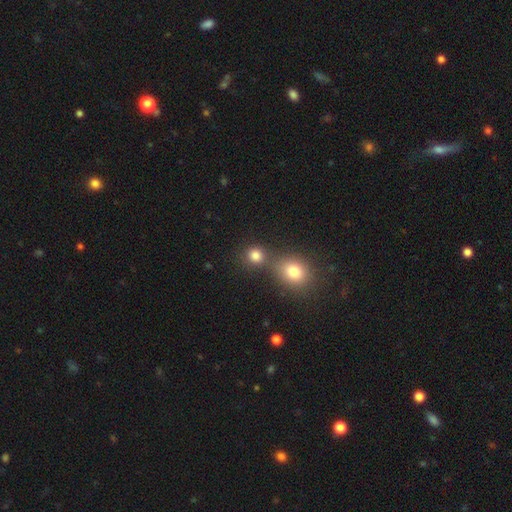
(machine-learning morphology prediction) Smooth or featured?
  - smooth: 81% *
  - star or artifact: 13%
  - featured or disk: 6%
How rounded?
  - round: 84% *
  - in between: 15%
  - cigar-shaped: 1%
Merging?
  - none: 58% *
  - merger: 31%
  - minor disturbance: 8%
  - major disturbance: 3%